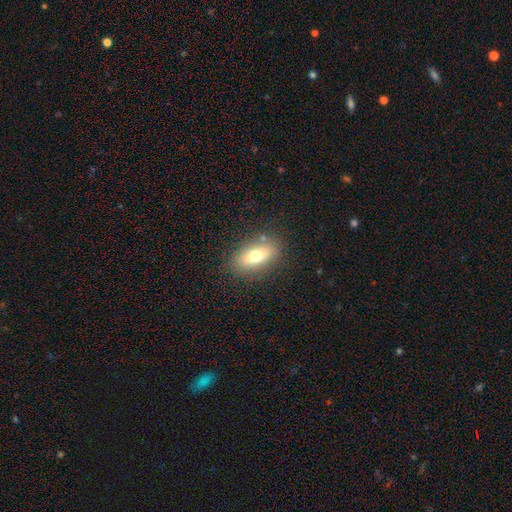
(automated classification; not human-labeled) smooth-or-featured: smooth: 69% | featured or disk: 22% | star or artifact: 9%
  how-rounded: in between: 80% | cigar-shaped: 13% | round: 7%
  merging: none: 83% | minor disturbance: 11% | major disturbance: 4% | merger: 2%